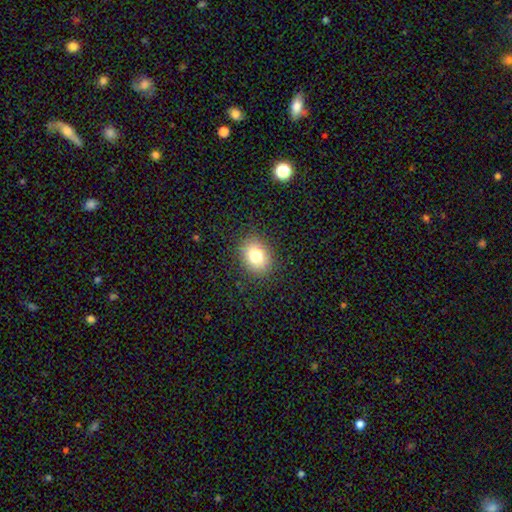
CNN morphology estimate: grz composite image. It shows a smooth galaxy with no disk features (78%) that is in between round and cigar-shaped (56%). Merging: none (87%).